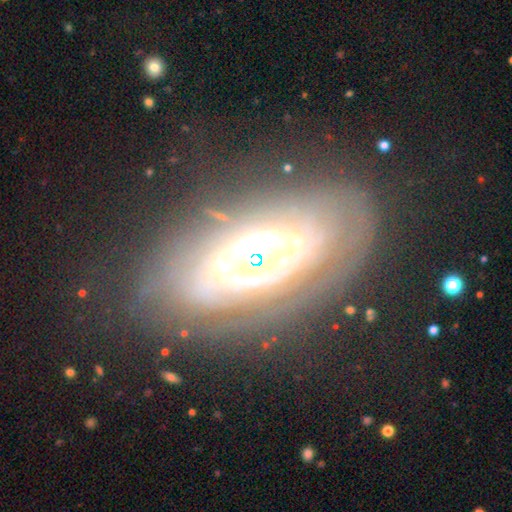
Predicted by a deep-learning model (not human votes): This is likely a featured or disk galaxy (74%). It is clearly not viewed edge-on (83%). Bar: likely no (75%). Spiral arm pattern: likely yes (66%). Central bulge: marginally large (29%). Merging: likely none (68%).